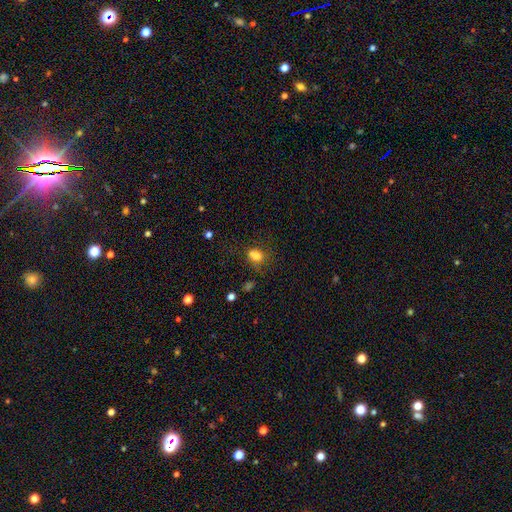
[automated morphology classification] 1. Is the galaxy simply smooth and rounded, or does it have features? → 77% smooth, 14% star or artifact, 9% featured or disk.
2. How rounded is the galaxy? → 58% in between, 41% round, 1% cigar-shaped.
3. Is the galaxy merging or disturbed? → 49% none, 23% minor disturbance, 14% merger, 13% major disturbance.